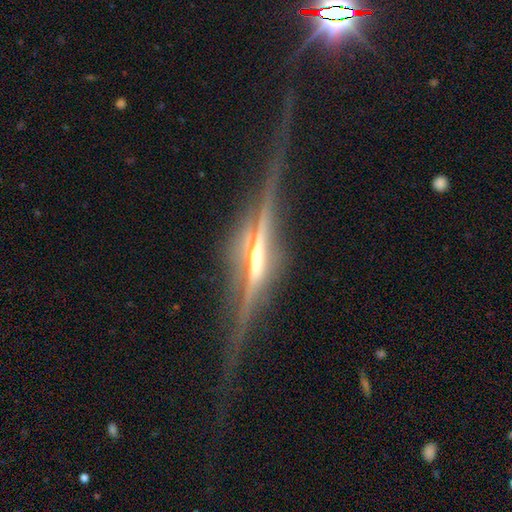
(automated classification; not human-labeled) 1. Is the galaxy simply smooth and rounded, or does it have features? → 90% featured or disk, 6% star or artifact, 4% smooth.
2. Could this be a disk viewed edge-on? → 98% yes, 2% no.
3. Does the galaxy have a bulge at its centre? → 84% rounded, 10% boxy, 6% none.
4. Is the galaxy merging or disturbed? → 82% none, 12% minor disturbance, 4% major disturbance, 2% merger.